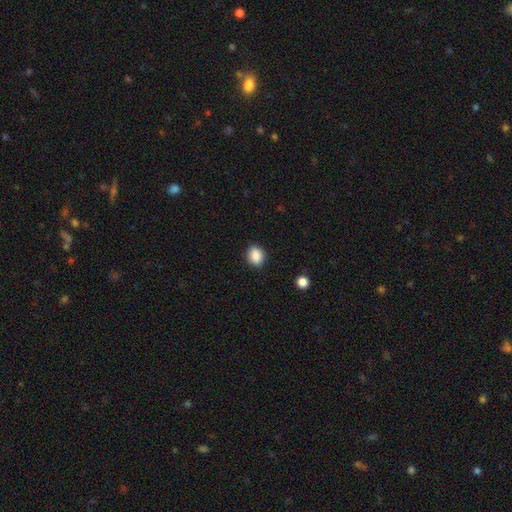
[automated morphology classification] A smooth galaxy with no disk features (88%) that is in between round and cigar-shaped (50%). Merging: none (87%).